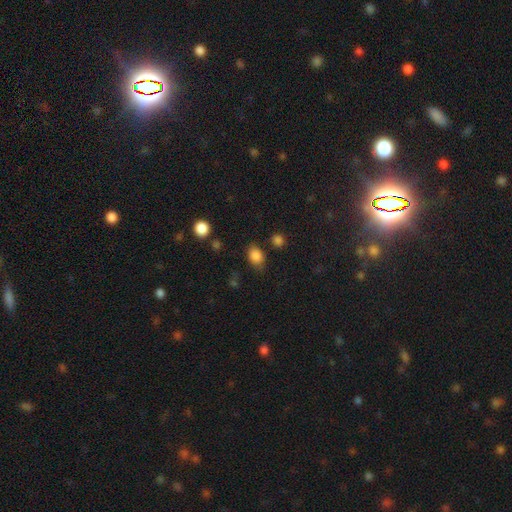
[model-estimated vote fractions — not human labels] This appears to be a smooth galaxy with no disk features (85%) that is in between round and cigar-shaped (70%). Merging: none (74%).